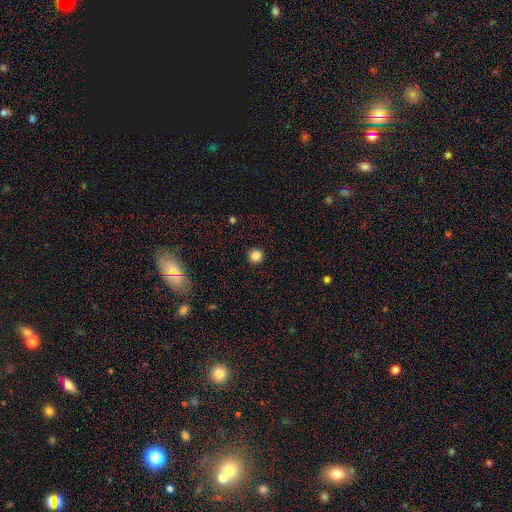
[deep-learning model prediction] Overall: smooth (83%). How rounded: round (92%). Merging: none (93%).